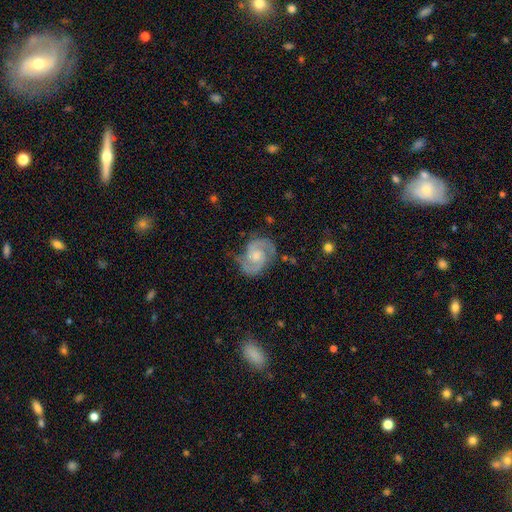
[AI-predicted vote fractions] A featured or disk galaxy (90%) with no bar (57%), 2 (93%) medium (56%) spiral arms (98%) and a moderate central bulge (49%).

Vote fractions:
- Smooth or featured? featured or disk: 90% / smooth: 5% / star or artifact: 5%
- Edge-on disk? no: 98% / yes: 2%
- Bar? no: 57% / weak: 37% / strong: 6%
- Spiral arms? yes: 98% / no: 2%
- Spiral winding? medium: 56% / tight: 33% / loose: 11%
- Spiral arm count? 2: 93% / can't tell: 2% / 3: 2% / 1: 1% / 4: 1% / more than 4: 1%
- Bulge size? moderate: 49% / small: 36% / none: 9% / large: 5% / dominant: 1%
- Merging? none: 77% / minor disturbance: 17% / major disturbance: 5% / merger: 2%